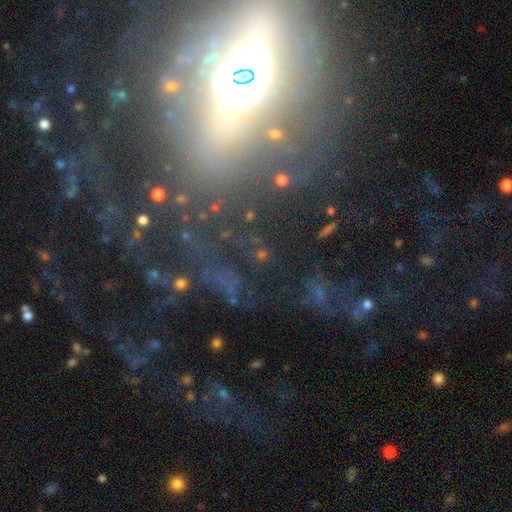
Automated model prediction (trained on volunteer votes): Overall: featured or disk (59%; star or artifact 26%). Edge-on disk: no (73%). Merging: none (53%; major disturbance 26%).